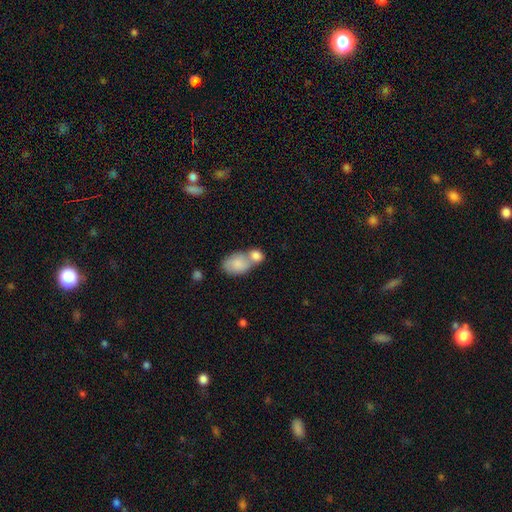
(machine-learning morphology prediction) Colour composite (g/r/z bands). It shows a smooth galaxy with no disk features (82%) that is in between round and cigar-shaped (73%). Merging: merger (64%).